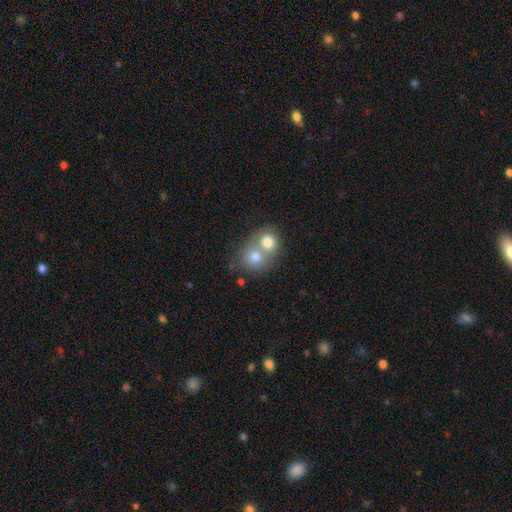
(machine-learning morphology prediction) The model was most divided on "merging": merger: 69%, none: 24%, minor disturbance: 5%, major disturbance: 2%. More confident: how rounded — round (75%); smooth or featured — smooth (71%).